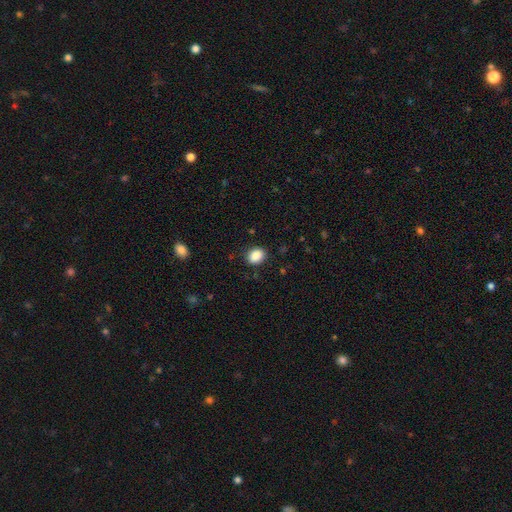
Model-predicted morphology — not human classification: This appears to be a smooth galaxy with no disk features (88%) that is in between round and cigar-shaped (54%). Merging: none (86%).